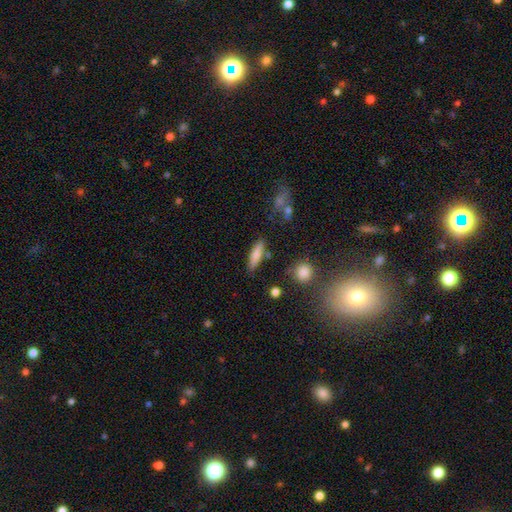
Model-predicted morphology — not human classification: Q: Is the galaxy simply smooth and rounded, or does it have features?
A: smooth — 77%.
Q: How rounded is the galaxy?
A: cigar-shaped — 63%.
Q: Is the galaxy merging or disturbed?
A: none — 79%.